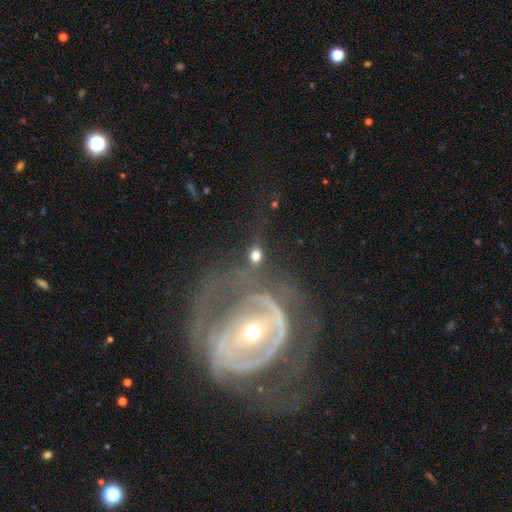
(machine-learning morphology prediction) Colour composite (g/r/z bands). It shows a smooth galaxy with no disk features (65%) that is round (62%). Merging: none (61%).